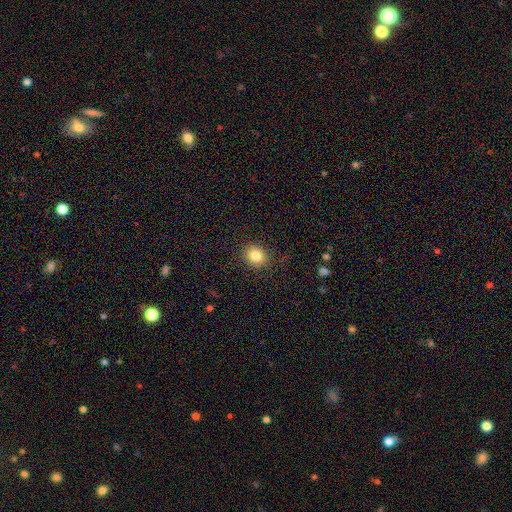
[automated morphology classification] Overall: smooth (83%). How rounded: round (78%). Merging: none (87%).